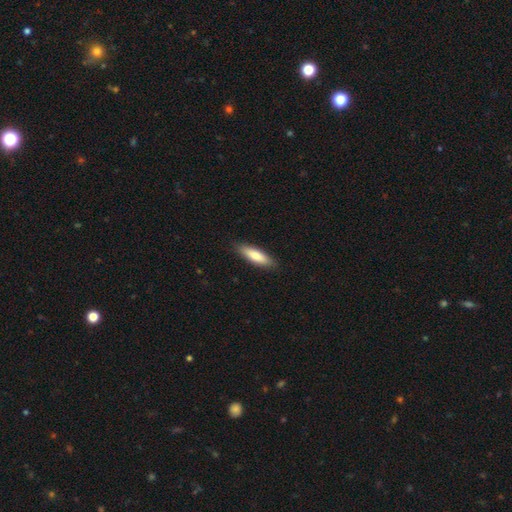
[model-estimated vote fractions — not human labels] This is clearly a smooth galaxy (80%). How rounded: possibly cigar-shaped (56%). Merging: clearly none (88%).